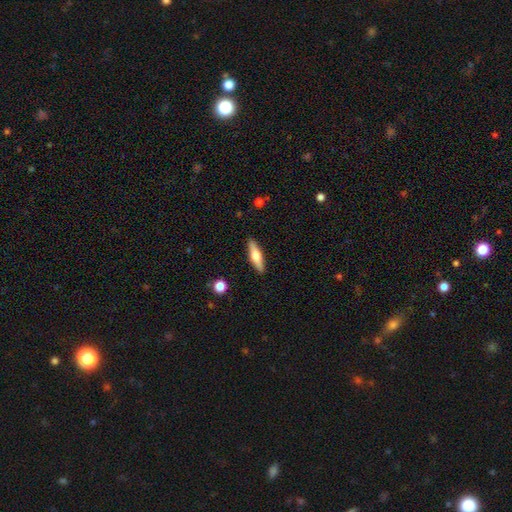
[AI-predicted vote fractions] Morphology: type=smooth (49%); merging=none (90%).